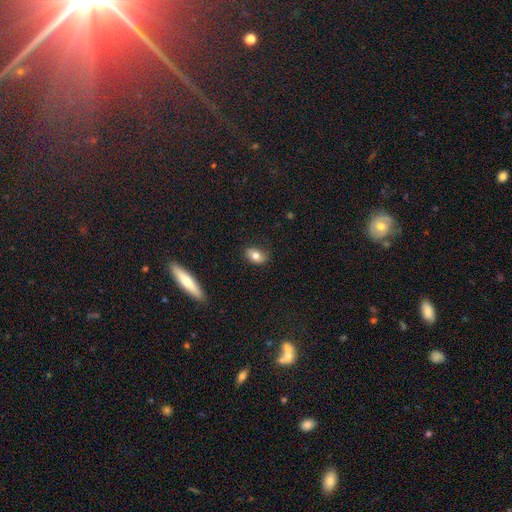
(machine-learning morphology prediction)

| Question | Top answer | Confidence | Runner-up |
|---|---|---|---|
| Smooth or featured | smooth | 78% | featured or disk (14%) |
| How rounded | in between | 82% | round (16%) |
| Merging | none | 83% | minor disturbance (13%) |